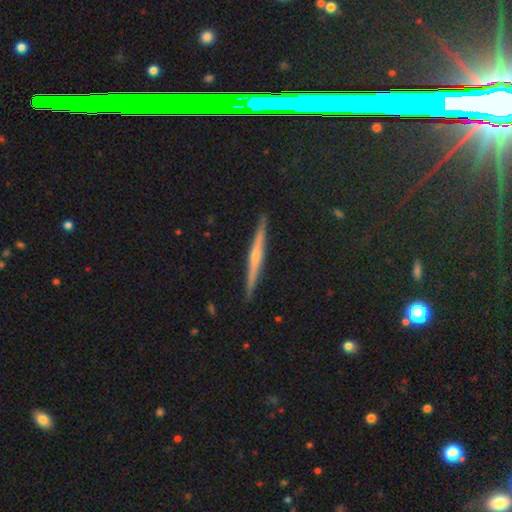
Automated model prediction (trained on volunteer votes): Smooth or featured? Predicted: featured or disk (p=0.69). Edge-on disk? Predicted: yes (p=0.98). Edge-on bulge? Predicted: rounded (p=0.63). Merging? Predicted: none (p=0.91).